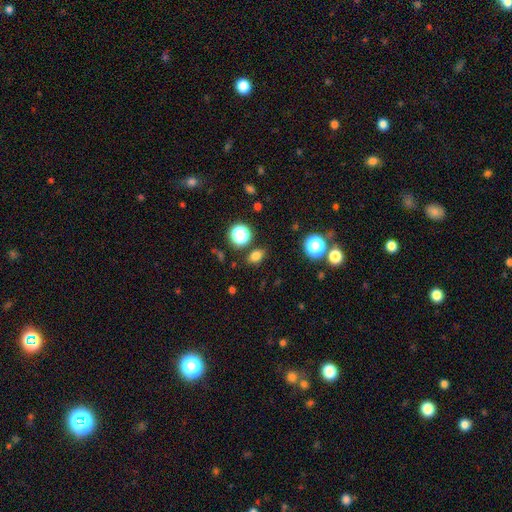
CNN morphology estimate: Q: Smooth or featured?
A: smooth (78%); runner-up: star or artifact (17%)
Q: How rounded?
A: in between (68%); runner-up: round (30%)
Q: Merging?
A: none (83%); runner-up: minor disturbance (10%)